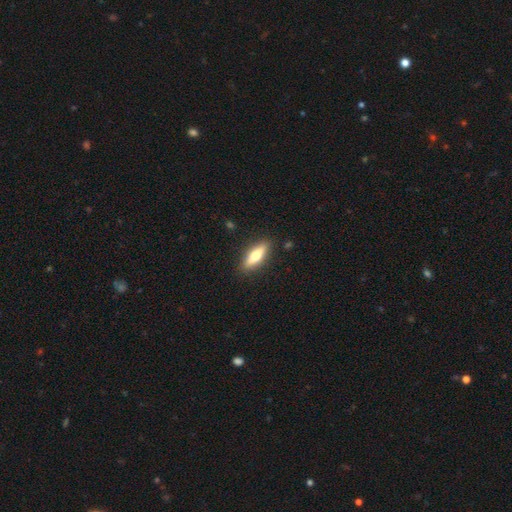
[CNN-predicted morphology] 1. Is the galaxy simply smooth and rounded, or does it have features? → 58% smooth, 36% featured or disk, 6% star or artifact.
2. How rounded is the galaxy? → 50% cigar-shaped, 47% in between, 2% round.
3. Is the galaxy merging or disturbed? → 88% none, 9% minor disturbance, 2% major disturbance, 1% merger.